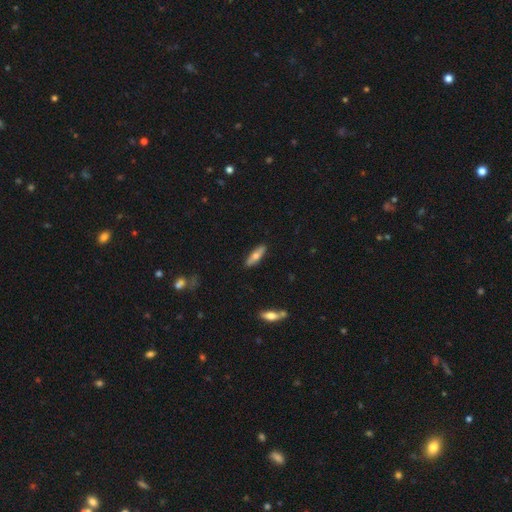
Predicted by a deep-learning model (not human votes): smooth 60%, featured or disk 33%, star or artifact 6%. Down the decision tree: how rounded — cigar-shaped (57%); merging — none (88%).